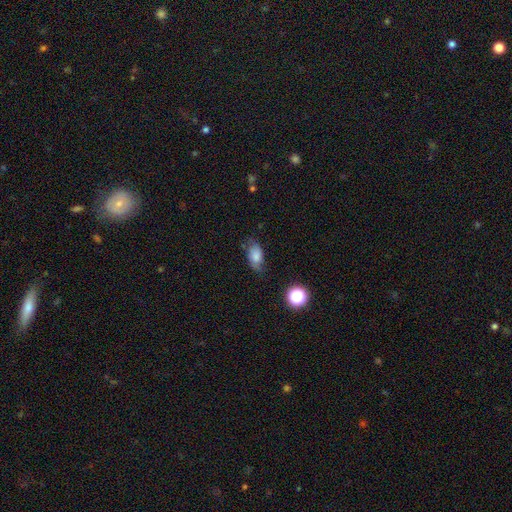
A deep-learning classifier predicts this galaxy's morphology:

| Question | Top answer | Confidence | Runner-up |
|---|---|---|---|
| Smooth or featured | smooth | 69% | featured or disk (19%) |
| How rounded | in between | 86% | round (11%) |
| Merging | none | 62% | minor disturbance (28%) |